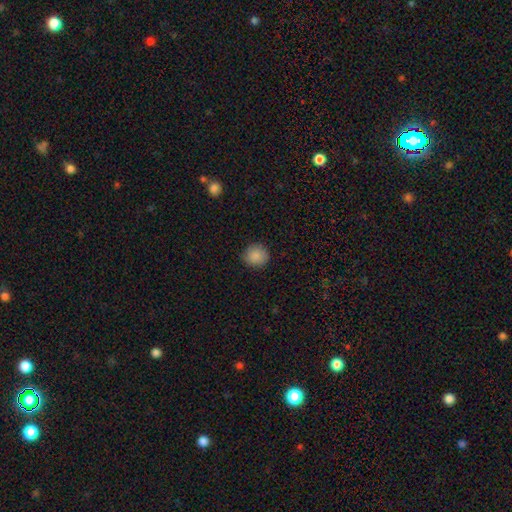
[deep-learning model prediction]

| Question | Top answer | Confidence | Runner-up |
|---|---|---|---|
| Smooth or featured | smooth | 87% | star or artifact (9%) |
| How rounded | round | 89% | in between (10%) |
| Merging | none | 88% | minor disturbance (9%) |